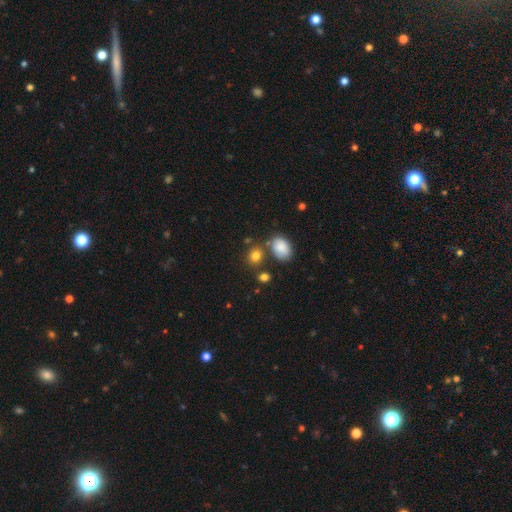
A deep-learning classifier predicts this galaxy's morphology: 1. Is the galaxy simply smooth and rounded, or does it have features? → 82% smooth, 11% star or artifact, 6% featured or disk.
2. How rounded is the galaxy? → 53% round, 46% in between, 1% cigar-shaped.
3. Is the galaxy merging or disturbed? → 70% none, 13% merger, 13% minor disturbance, 4% major disturbance.